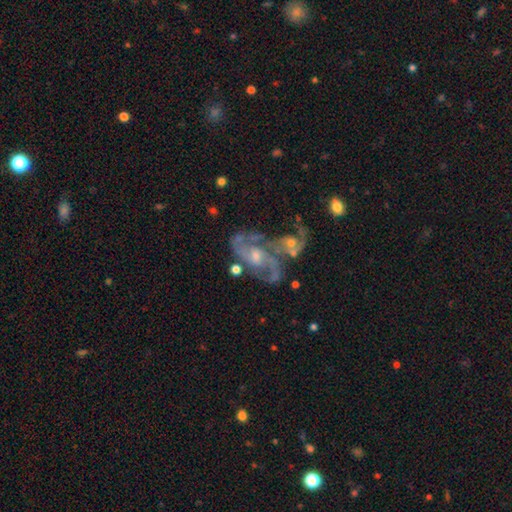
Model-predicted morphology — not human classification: Smooth or featured? Predicted: featured or disk (p=0.85). Edge-on disk? Predicted: no (p=0.97). Bar? Predicted: no (p=0.55). Spiral arms? Predicted: yes (p=0.92). Spiral winding? Predicted: medium (p=0.50). Spiral arm count? Predicted: 2 (p=0.52). Bulge size? Predicted: small (p=0.46). Merging? Predicted: merger (p=0.38).